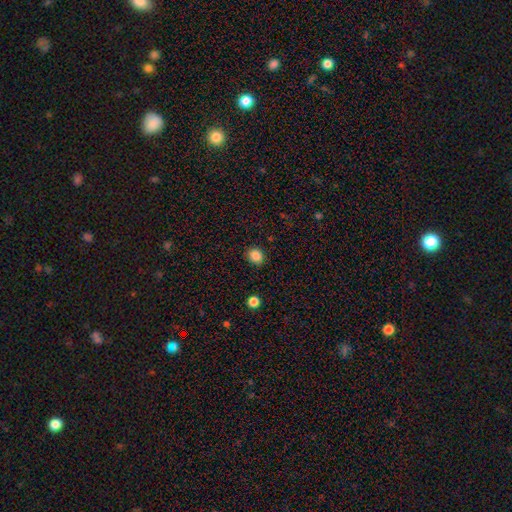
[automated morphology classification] A smooth galaxy with no disk features (86%) that is round (68%).

Vote fractions:
- Smooth or featured? smooth: 86% / star or artifact: 10% / featured or disk: 4%
- How rounded? round: 68% / in between: 31% / cigar-shaped: 1%
- Merging? none: 89% / minor disturbance: 8% / major disturbance: 2% / merger: 1%